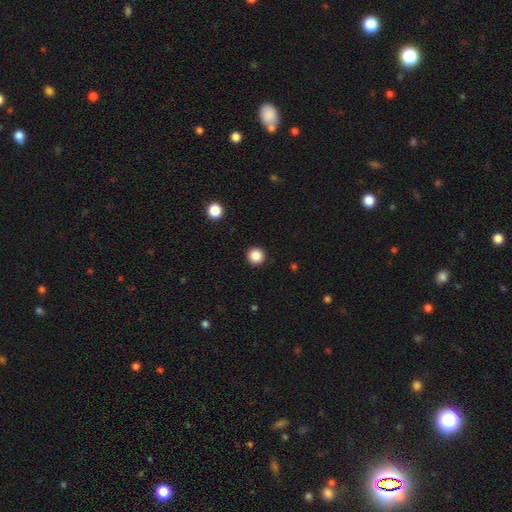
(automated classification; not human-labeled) A smooth galaxy with no disk features (86%) that is round (95%).

Vote fractions:
- Smooth or featured? smooth: 86% / star or artifact: 11% / featured or disk: 3%
- How rounded? round: 95% / in between: 4% / cigar-shaped: 1%
- Merging? none: 92% / minor disturbance: 5% / major disturbance: 2% / merger: 1%